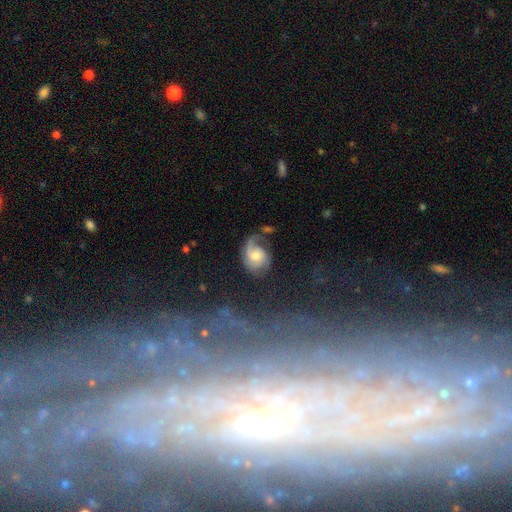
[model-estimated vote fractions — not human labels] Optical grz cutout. It shows a featured or disk galaxy (68%) with no bar (67%), 1 (43%) medium (40%) spiral arms (92%) and a moderate central bulge (56%). Merging: none (45%).